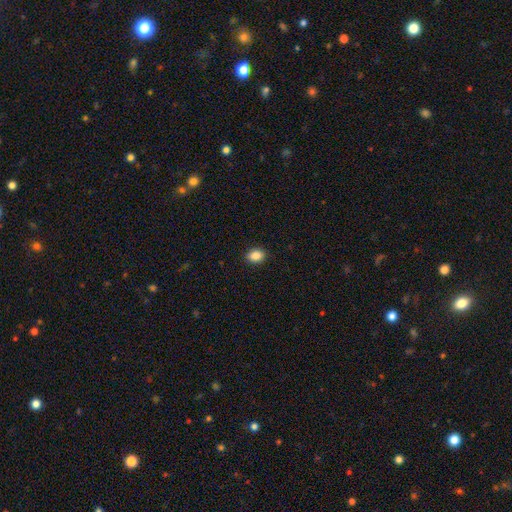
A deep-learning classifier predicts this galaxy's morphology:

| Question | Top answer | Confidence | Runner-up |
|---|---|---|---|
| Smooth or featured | smooth | 86% | star or artifact (9%) |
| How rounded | in between | 62% | round (36%) |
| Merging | none | 91% | minor disturbance (6%) |